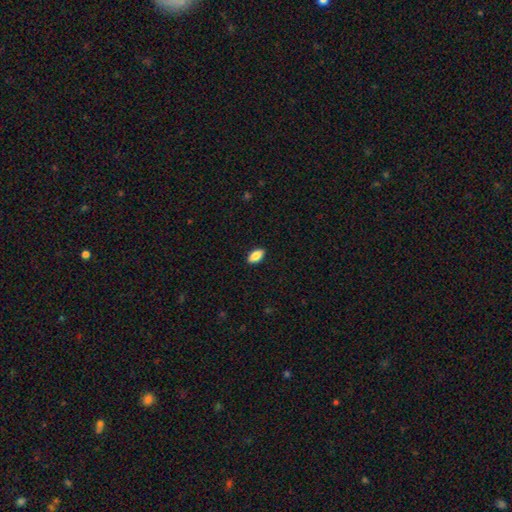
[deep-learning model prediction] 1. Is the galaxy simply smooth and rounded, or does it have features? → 84% smooth, 9% featured or disk, 7% star or artifact.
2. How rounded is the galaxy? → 88% in between, 9% cigar-shaped, 3% round.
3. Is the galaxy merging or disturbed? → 89% none, 8% minor disturbance, 2% major disturbance, 1% merger.